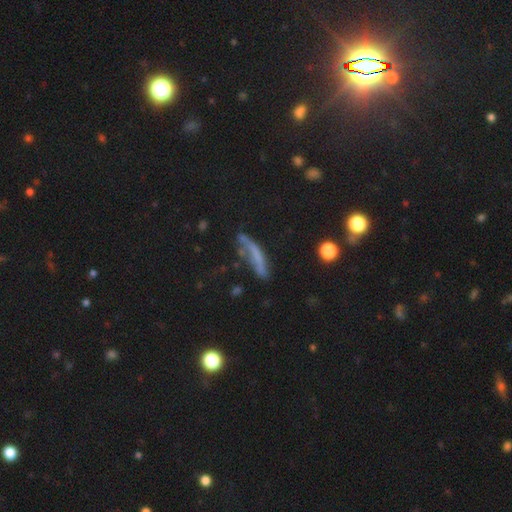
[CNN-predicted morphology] A smooth galaxy with no disk features (50%) that is cigar-shaped (82%).

Vote fractions:
- Smooth or featured? smooth: 50% / featured or disk: 36% / star or artifact: 14%
- How rounded? cigar-shaped: 82% / in between: 14% / round: 3%
- Merging? none: 48% / minor disturbance: 26% / major disturbance: 17% / merger: 9%